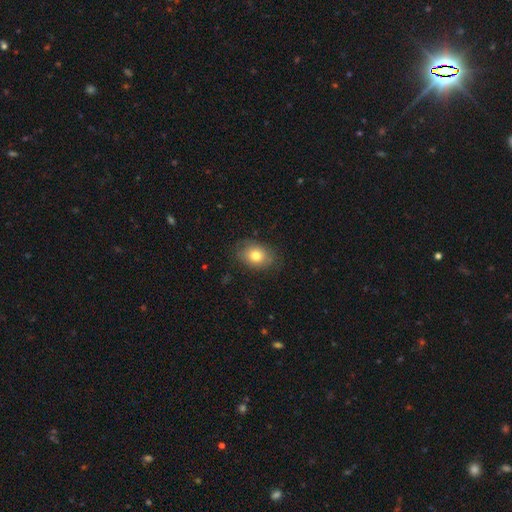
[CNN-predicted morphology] Q: Smooth or featured?
A: smooth (77%); runner-up: featured or disk (14%)
Q: How rounded?
A: in between (72%); runner-up: round (27%)
Q: Merging?
A: none (79%); runner-up: minor disturbance (16%)